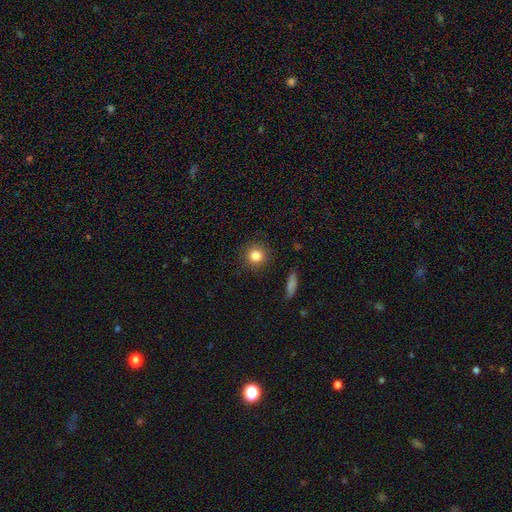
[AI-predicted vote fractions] The model was most divided on "smooth or featured": smooth: 84%, star or artifact: 10%, featured or disk: 6%. More confident: how rounded — round (91%); merging — none (88%).